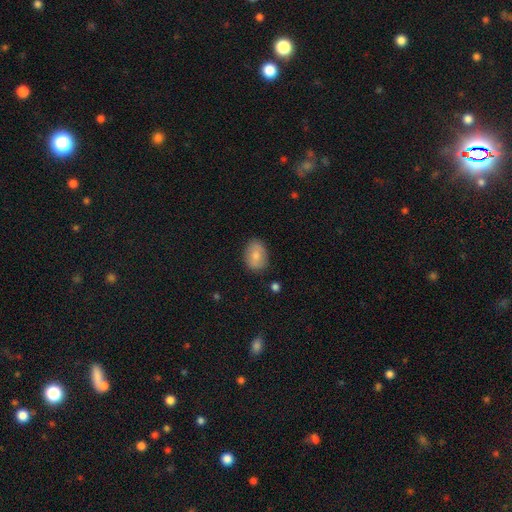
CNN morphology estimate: Smooth or featured: smooth — 79% (featured or disk — 14%)
How rounded: in between — 77% (round — 22%)
Merging: none — 82% (minor disturbance — 14%)